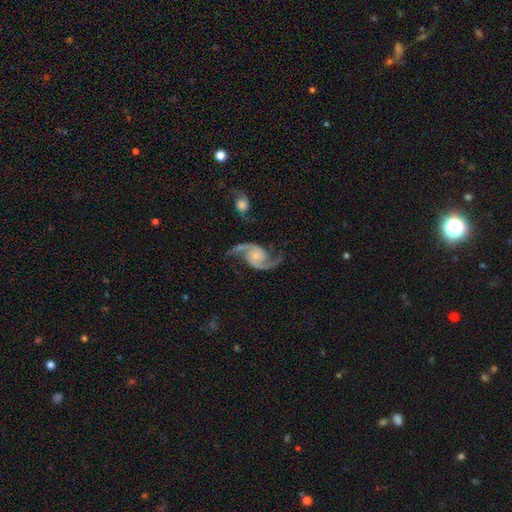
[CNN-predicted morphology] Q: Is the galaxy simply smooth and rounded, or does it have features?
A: featured or disk — 93%.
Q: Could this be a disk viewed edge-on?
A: no — 98%.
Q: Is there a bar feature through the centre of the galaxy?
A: no — 68%.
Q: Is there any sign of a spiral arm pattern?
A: yes — 98%.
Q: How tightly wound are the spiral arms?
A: loose — 49%.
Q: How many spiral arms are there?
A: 2 — 94%.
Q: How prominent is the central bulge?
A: small — 55%.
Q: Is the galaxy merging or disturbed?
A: none — 69%.